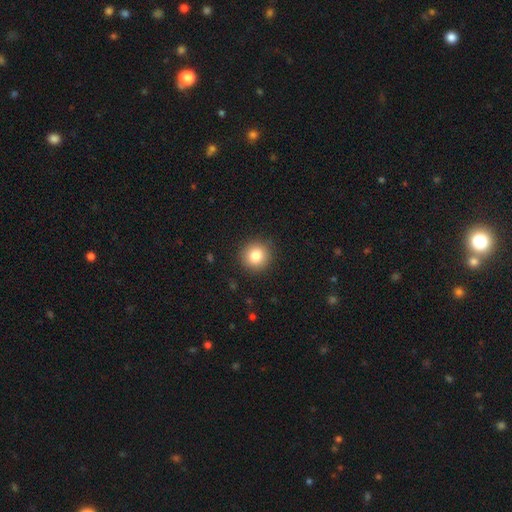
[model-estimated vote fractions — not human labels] A smooth galaxy with no disk features (82%) that is round (92%).

Vote fractions:
- Smooth or featured? smooth: 82% / star or artifact: 10% / featured or disk: 8%
- How rounded? round: 92% / in between: 7% / cigar-shaped: 1%
- Merging? none: 90% / minor disturbance: 6% / major disturbance: 2% / merger: 1%